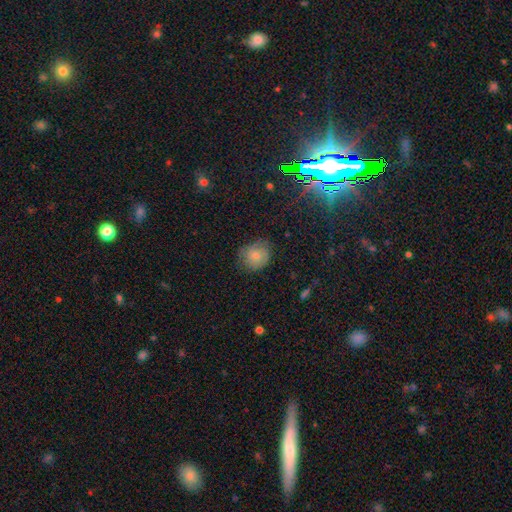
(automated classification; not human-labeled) Smooth or featured? Predicted: smooth (p=0.66). How rounded? Predicted: round (p=0.72). Merging? Predicted: none (p=0.68).